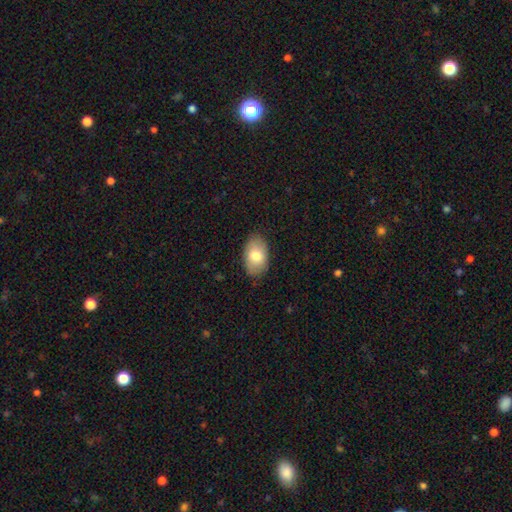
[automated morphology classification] This appears to be a smooth galaxy with no disk features (78%) that is in between round and cigar-shaped (91%). Merging: none (84%).